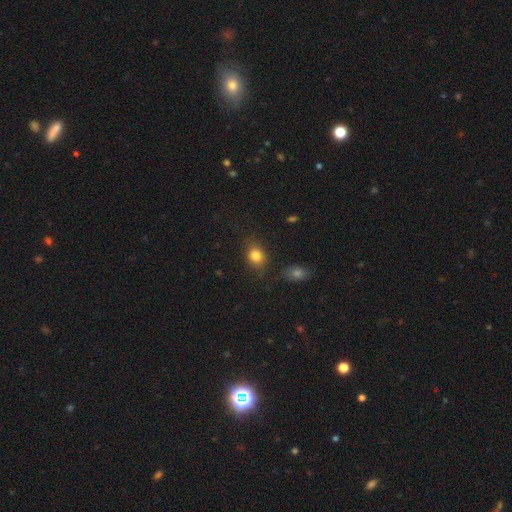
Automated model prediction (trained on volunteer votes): smooth-or-featured: smooth: 82% | star or artifact: 11% | featured or disk: 7%
  how-rounded: in between: 57% | round: 41% | cigar-shaped: 2%
  merging: none: 74% | minor disturbance: 17% | major disturbance: 5% | merger: 4%